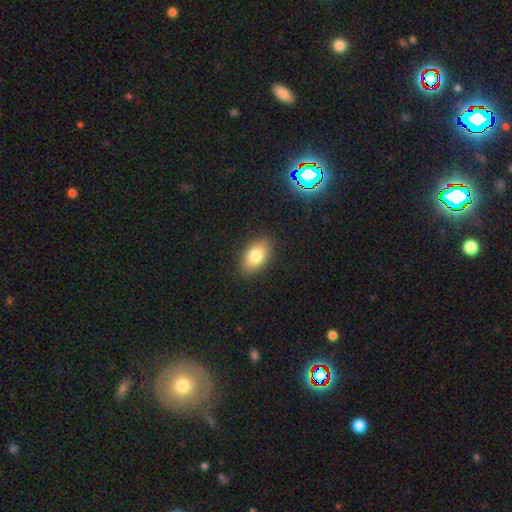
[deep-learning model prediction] The model was most divided on "smooth or featured": smooth: 80%, featured or disk: 11%, star or artifact: 9%. More confident: how rounded — in between (90%); merging — none (88%).